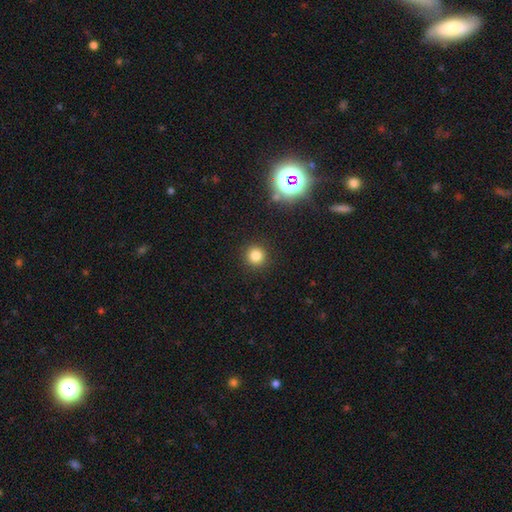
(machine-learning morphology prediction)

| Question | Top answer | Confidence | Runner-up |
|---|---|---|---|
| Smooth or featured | smooth | 81% | star or artifact (14%) |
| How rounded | round | 94% | in between (5%) |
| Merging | none | 91% | minor disturbance (5%) |